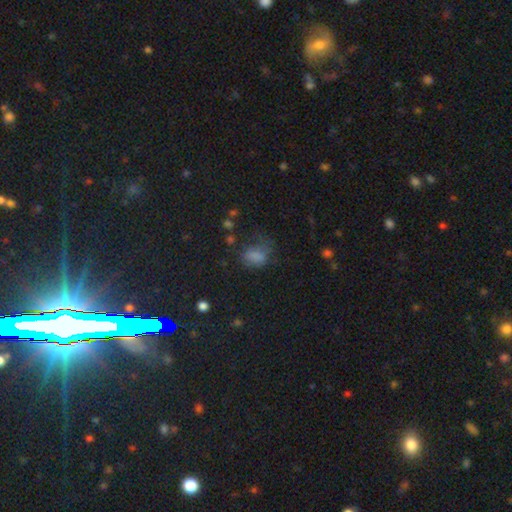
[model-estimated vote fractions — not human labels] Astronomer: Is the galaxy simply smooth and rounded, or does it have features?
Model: smooth — 72%.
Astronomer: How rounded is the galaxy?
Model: in between — 74%.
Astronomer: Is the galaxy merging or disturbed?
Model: none — 40% (runner-up: minor disturbance, 28%).